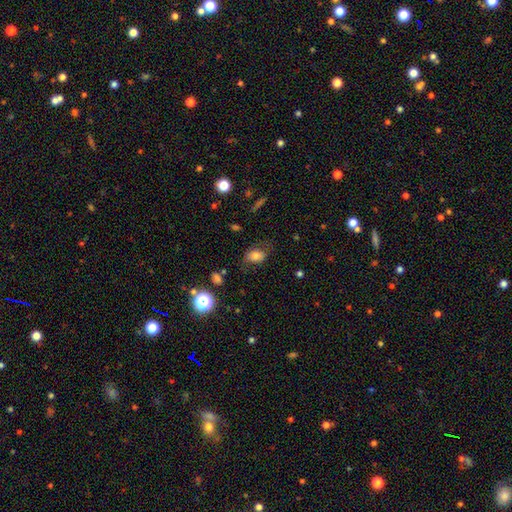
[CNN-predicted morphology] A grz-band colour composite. It shows a smooth galaxy with no disk features (70%) that is in between round and cigar-shaped (79%). Merging: none (64%).